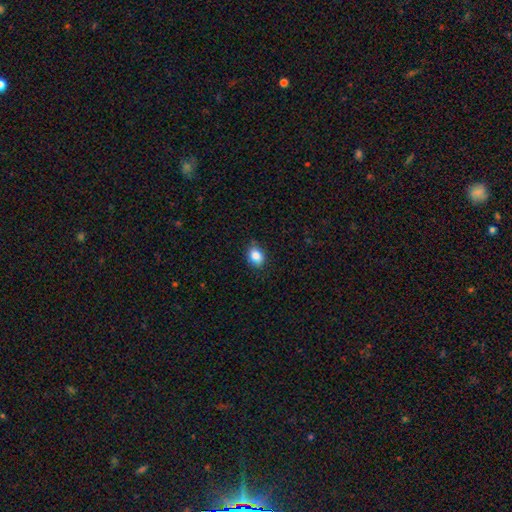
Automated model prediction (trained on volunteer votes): Smooth or featured? Predicted: smooth (p=0.85). How rounded? Predicted: in between (p=0.57). Merging? Predicted: none (p=0.79).